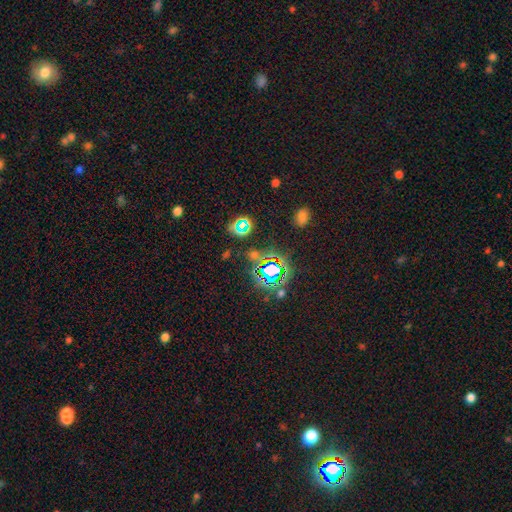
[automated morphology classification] The model was most divided on "smooth or featured": star or artifact: 71%, smooth: 18%, featured or disk: 11%.